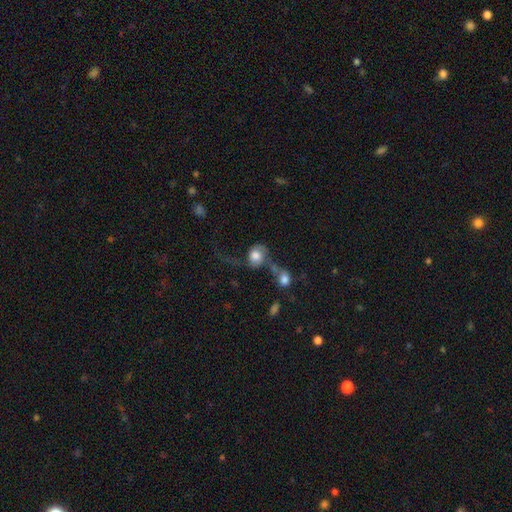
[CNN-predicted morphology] Smooth or featured? smooth (57%)
How rounded? round (68%)
Merging? merger (46%)